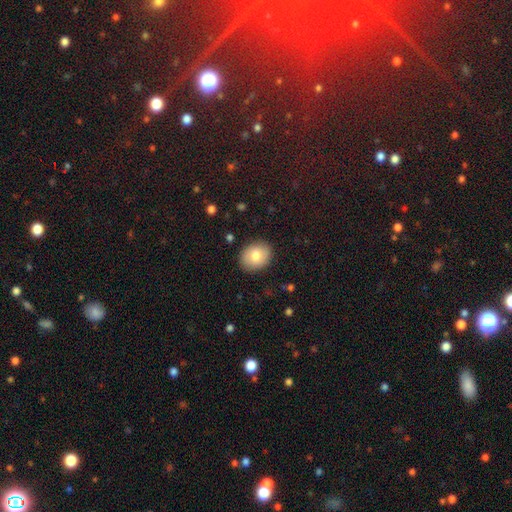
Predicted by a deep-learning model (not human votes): This appears to be a smooth galaxy with no disk features (77%) that is in between round and cigar-shaped (50%). Merging: none (88%).